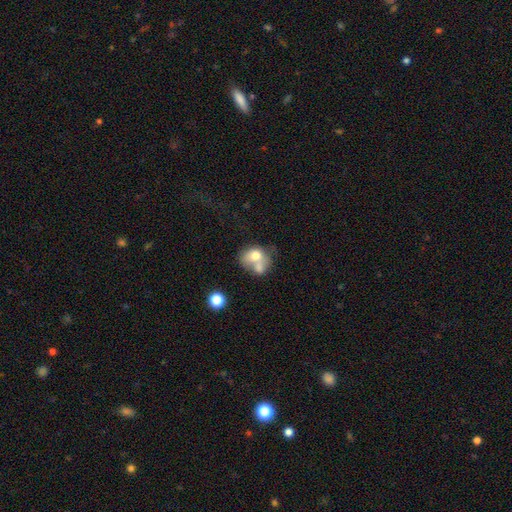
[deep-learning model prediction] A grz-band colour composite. It shows a smooth galaxy with no disk features (66%) that is round (50%). Merging: merger (58%).